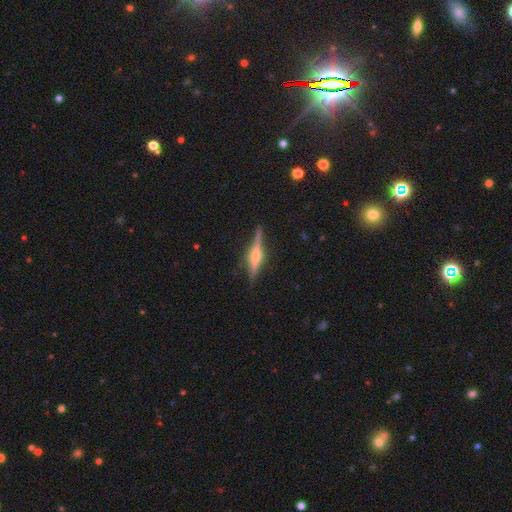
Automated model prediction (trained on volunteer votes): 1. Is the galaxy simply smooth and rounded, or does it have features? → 81% featured or disk, 13% smooth, 6% star or artifact.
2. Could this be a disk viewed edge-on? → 98% yes, 2% no.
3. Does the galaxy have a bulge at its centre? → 89% rounded, 7% boxy, 4% none.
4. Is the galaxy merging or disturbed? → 89% none, 8% minor disturbance, 2% major disturbance, 1% merger.